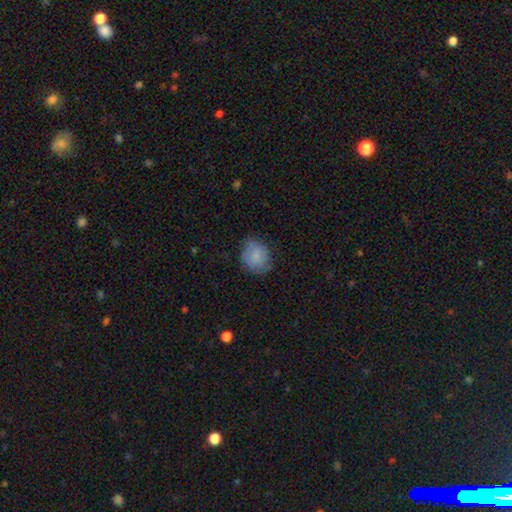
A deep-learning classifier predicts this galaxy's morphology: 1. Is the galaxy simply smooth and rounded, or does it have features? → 83% smooth, 10% featured or disk, 7% star or artifact.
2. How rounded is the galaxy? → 63% round, 36% in between, 1% cigar-shaped.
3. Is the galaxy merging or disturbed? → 70% none, 23% minor disturbance, 6% major disturbance, 1% merger.